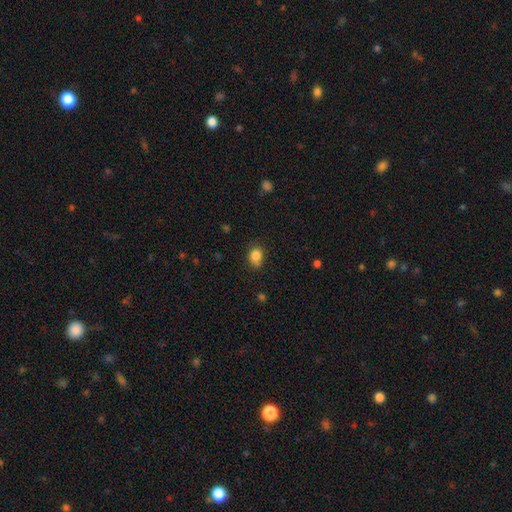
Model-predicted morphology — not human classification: A smooth galaxy with no disk features (83%) that is in between round and cigar-shaped (52%).

Vote fractions:
- Smooth or featured? smooth: 83% / star or artifact: 10% / featured or disk: 7%
- How rounded? in between: 52% / round: 47% / cigar-shaped: 1%
- Merging? none: 63% / minor disturbance: 28% / major disturbance: 6% / merger: 4%